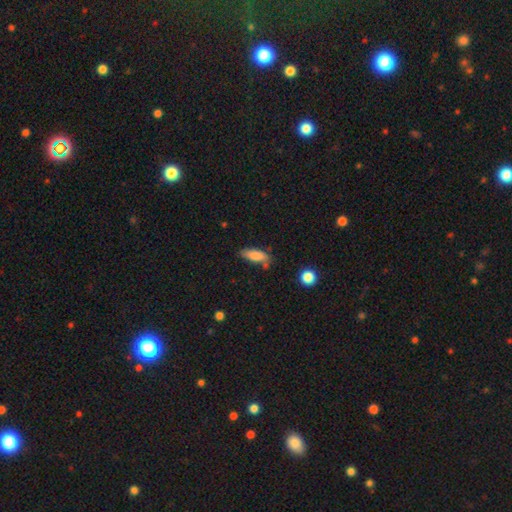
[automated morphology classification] This is clearly a smooth galaxy (81%). How rounded: likely in between (65%). Merging: likely none (63%).